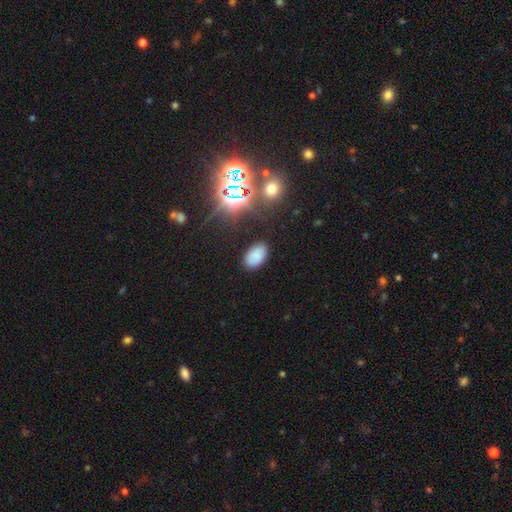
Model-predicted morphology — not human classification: Smooth or featured: smooth — 76% (star or artifact — 16%)
How rounded: in between — 92% (round — 6%)
Merging: none — 85% (minor disturbance — 11%)